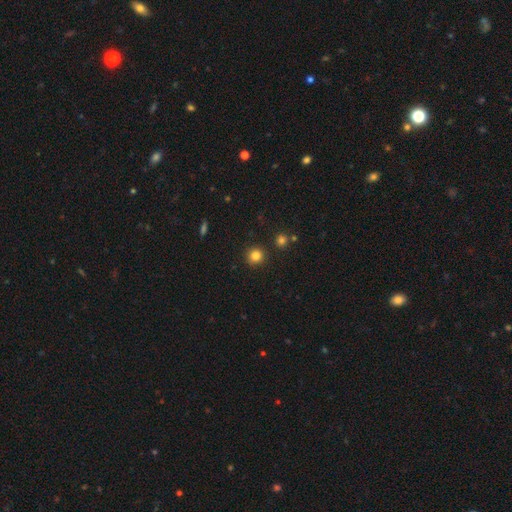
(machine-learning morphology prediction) smooth 83%, star or artifact 12%, featured or disk 5%. Down the decision tree: how rounded — round (93%); merging — none (90%).